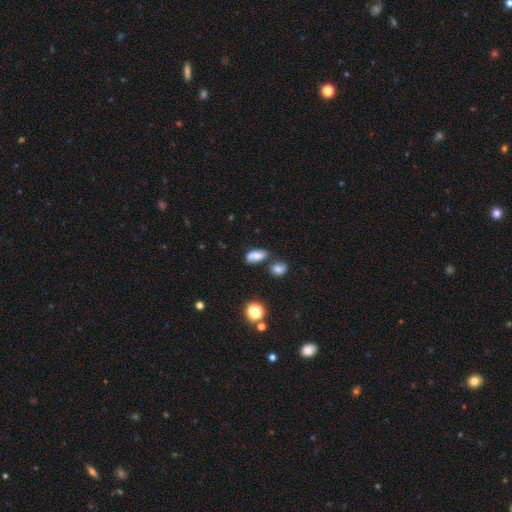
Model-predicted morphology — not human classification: A smooth galaxy with no disk features (67%) that is in between round and cigar-shaped (81%). Merging: none (58%).